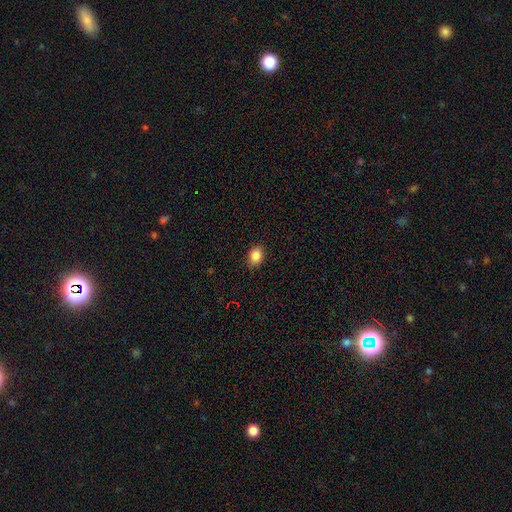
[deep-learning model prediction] This is clearly a smooth galaxy (88%). How rounded: likely in between (64%). Merging: clearly none (87%).